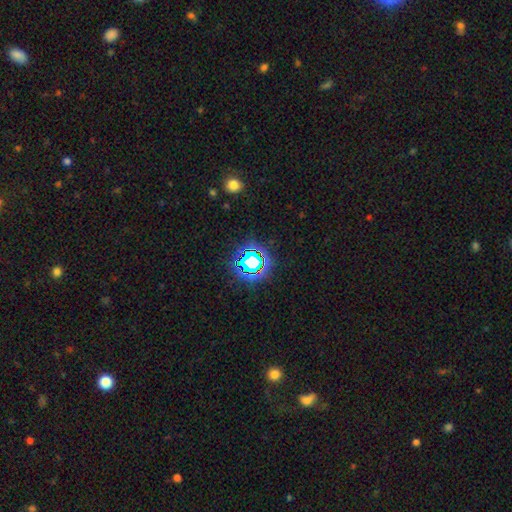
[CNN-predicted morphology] Overall: star or artifact (76%).